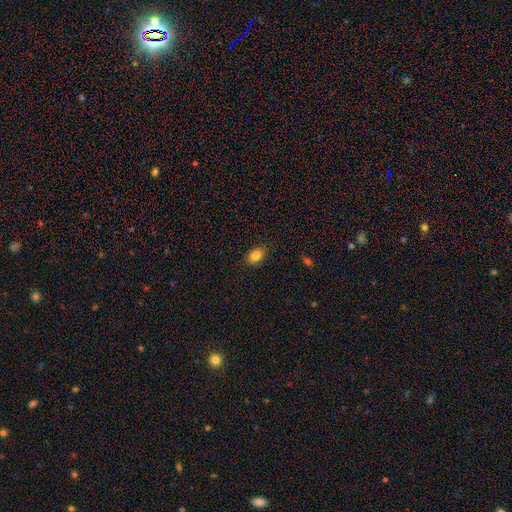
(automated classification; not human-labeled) Smooth or featured? smooth (83%)
How rounded? in between (72%)
Merging? none (87%)